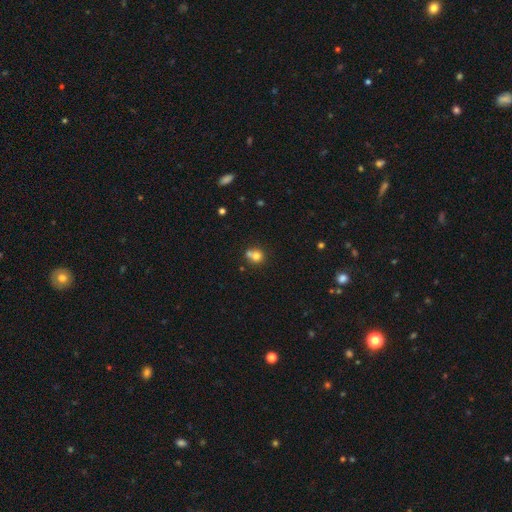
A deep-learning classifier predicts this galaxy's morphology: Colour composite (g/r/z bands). It shows a smooth galaxy with no disk features (75%) that is round (80%). Merging: none (43%).